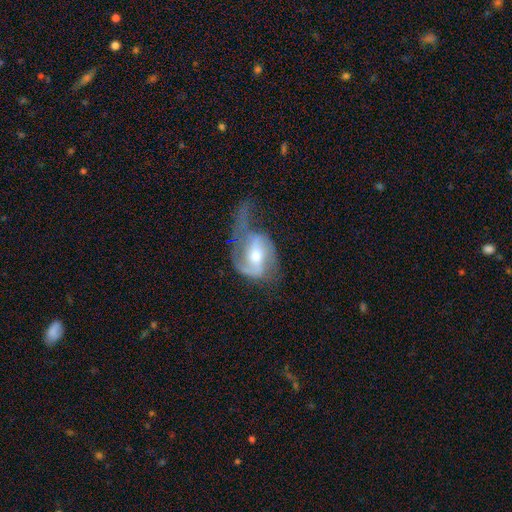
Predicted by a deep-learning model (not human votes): This is clearly a featured or disk galaxy (80%). It is clearly not viewed edge-on (96%). Bar: possibly weak (45%). Spiral arm pattern: clearly yes (91%). Spiral arm count: likely 2 (64%). Spiral winding: possibly loose (47%). Central bulge: likely moderate (66%). Merging: possibly major disturbance (46%).